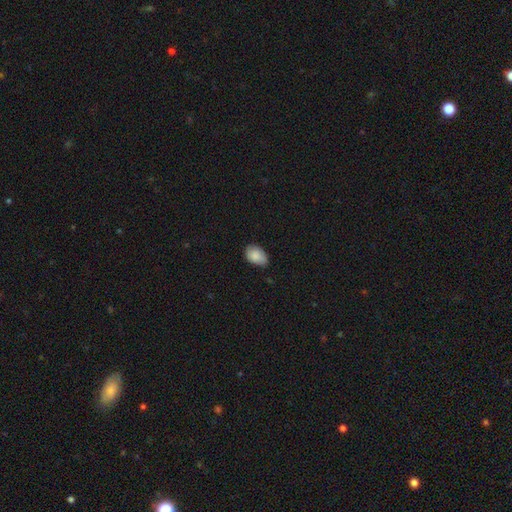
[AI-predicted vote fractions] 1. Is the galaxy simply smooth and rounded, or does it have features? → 83% smooth, 10% featured or disk, 7% star or artifact.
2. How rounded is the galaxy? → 88% in between, 11% round, 1% cigar-shaped.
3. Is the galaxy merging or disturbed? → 64% none, 30% minor disturbance, 4% major disturbance, 1% merger.